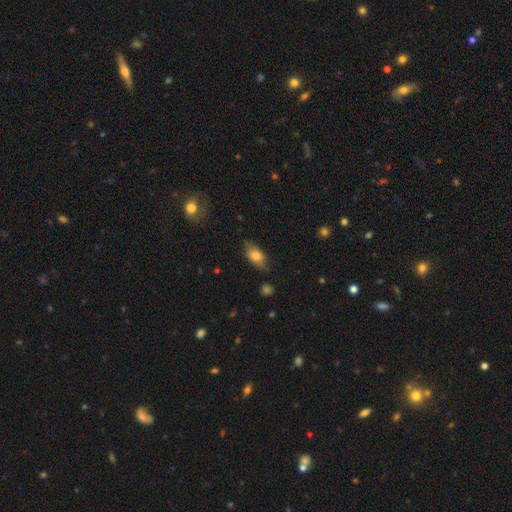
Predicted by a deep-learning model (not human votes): Overall: smooth (71%). How rounded: in between (84%). Merging: none (75%).